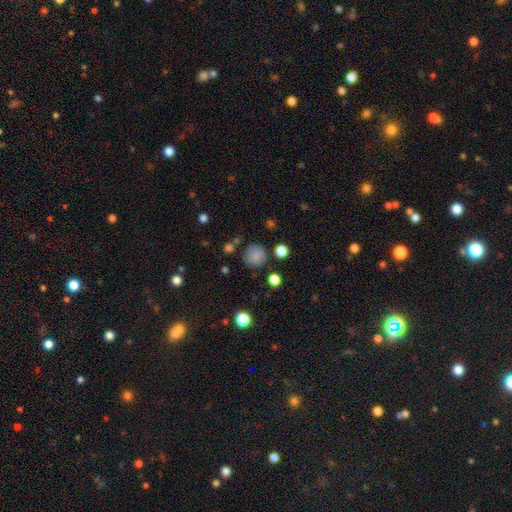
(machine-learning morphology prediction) Smooth or featured?
  - smooth: 80% *
  - star or artifact: 12%
  - featured or disk: 8%
How rounded?
  - round: 89% *
  - in between: 10%
  - cigar-shaped: 1%
Merging?
  - none: 78% *
  - minor disturbance: 14%
  - major disturbance: 5%
  - merger: 4%